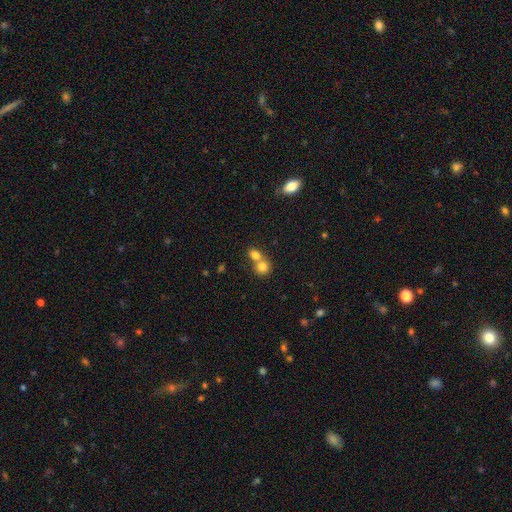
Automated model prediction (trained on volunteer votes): This appears to be a smooth galaxy with no disk features (79%) that is round (67%). Merging: merger (61%).